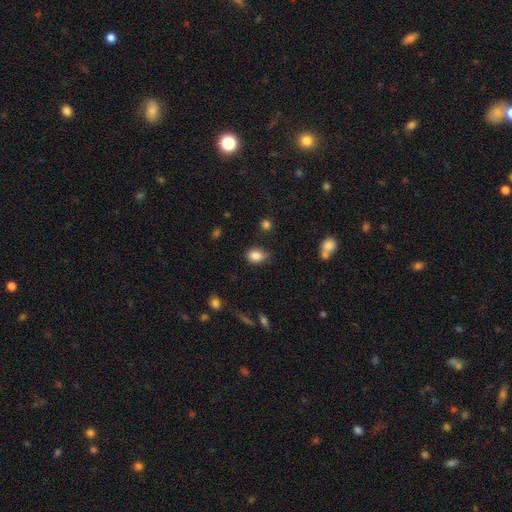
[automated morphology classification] This appears to be a smooth galaxy with no disk features (85%) that is in between round and cigar-shaped (69%). Merging: none (64%).